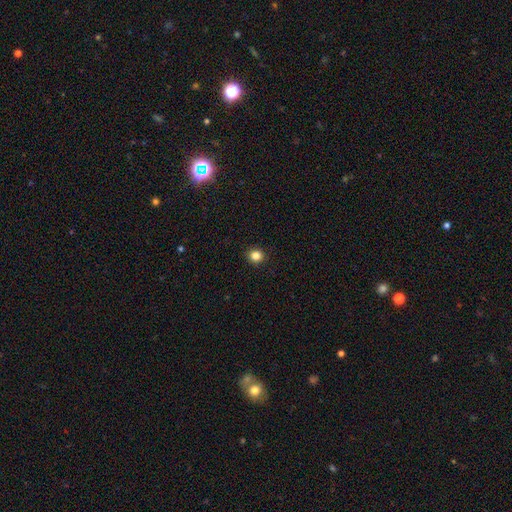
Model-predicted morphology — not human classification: This appears to be a smooth galaxy with no disk features (84%) that is round (88%). Merging: none (93%).